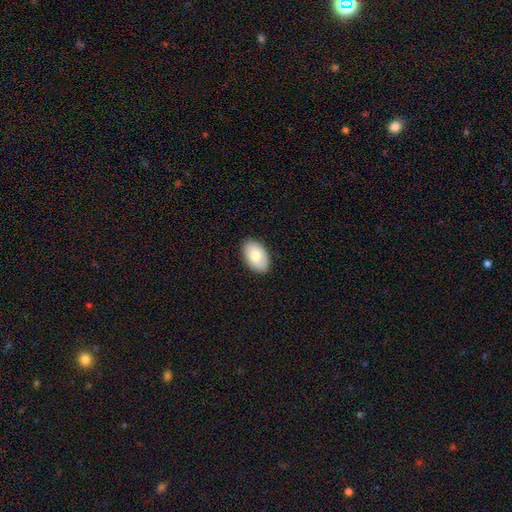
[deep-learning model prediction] Overall: smooth (77%). How rounded: in between (93%). Merging: none (88%).